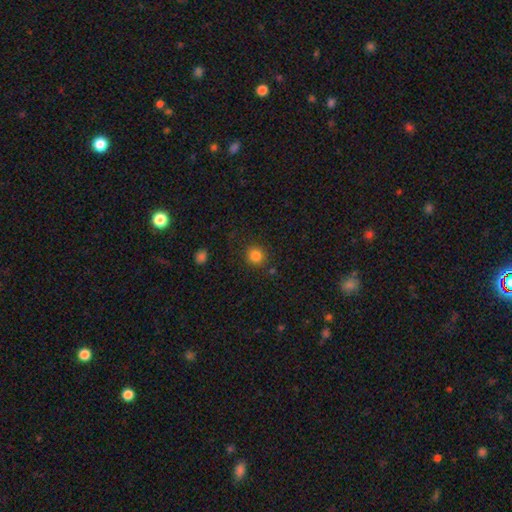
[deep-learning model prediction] This is clearly a smooth galaxy (83%). How rounded: clearly round (89%). Merging: clearly none (87%).